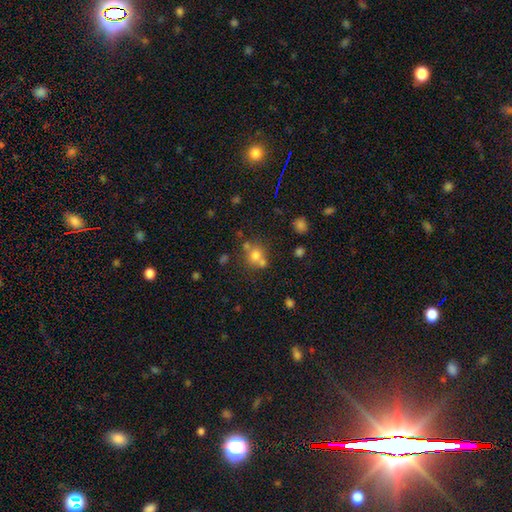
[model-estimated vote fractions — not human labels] smooth 65%, star or artifact 20%, featured or disk 15%. Down the decision tree: how rounded — round (80%); merging — none (51%).